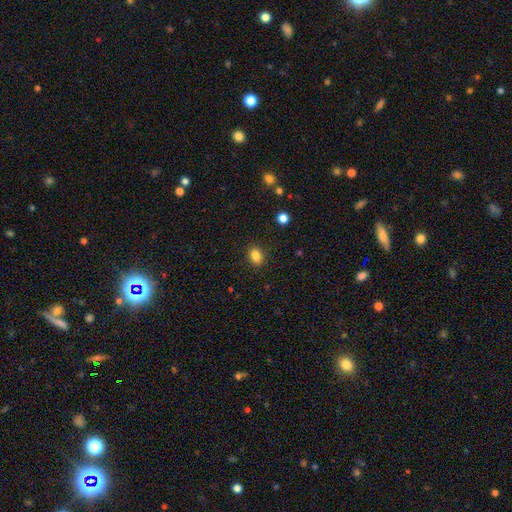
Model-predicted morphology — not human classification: Smooth or featured? Predicted: smooth (p=0.84). How rounded? Predicted: in between (p=0.60). Merging? Predicted: none (p=0.88).